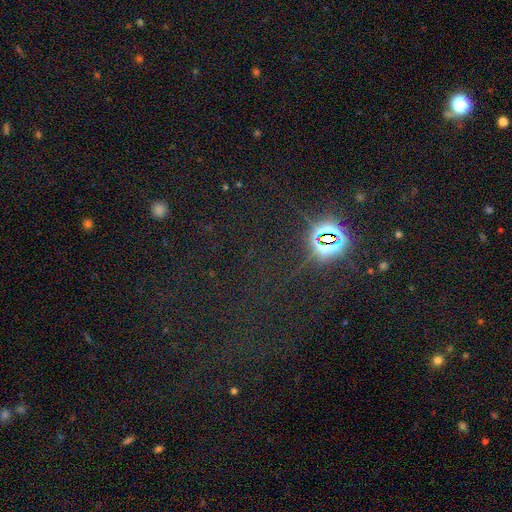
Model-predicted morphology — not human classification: A star or artifact, not a galaxy (78%).

Vote fractions:
- Smooth or featured? star or artifact: 78% / smooth: 14% / featured or disk: 8%